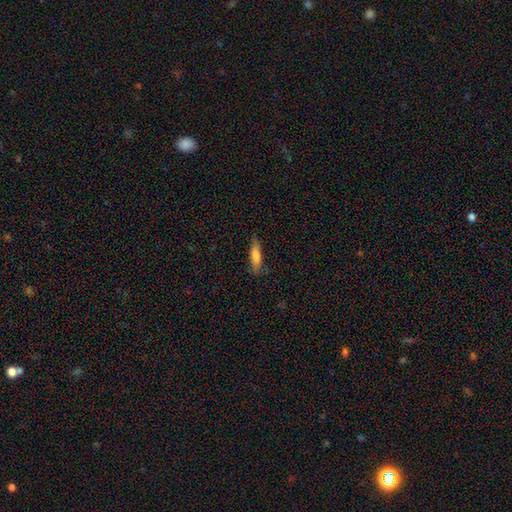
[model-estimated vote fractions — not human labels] This appears to be a smooth galaxy with no disk features (77%) that is cigar-shaped (62%). Merging: none (76%).